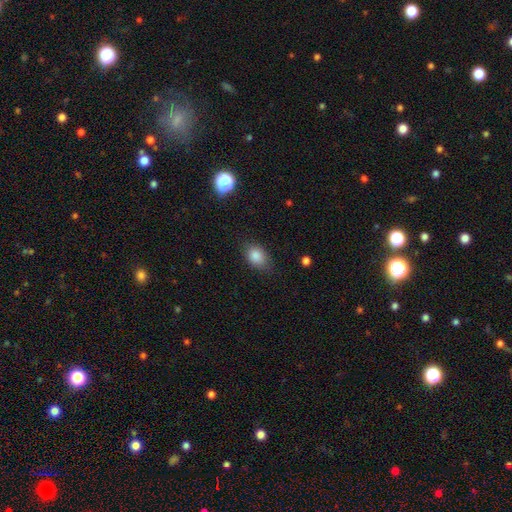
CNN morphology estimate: This appears to be a smooth galaxy with no disk features (85%) that is in between round and cigar-shaped (76%). Merging: none (75%).